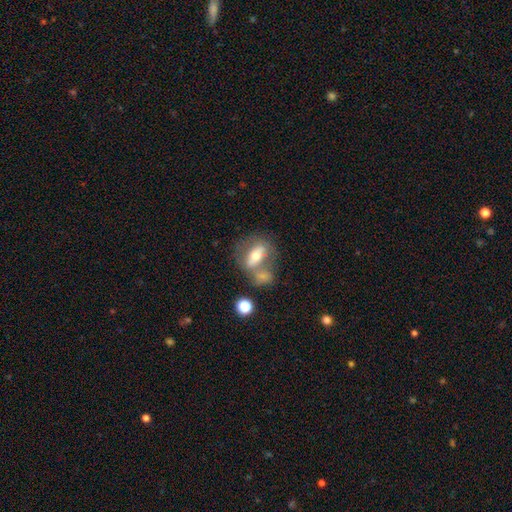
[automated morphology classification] The model was most divided on "merging": merger: 40%, none: 38%, minor disturbance: 13%, major disturbance: 9%. More confident: how rounded — in between (72%); smooth or featured — smooth (51%).